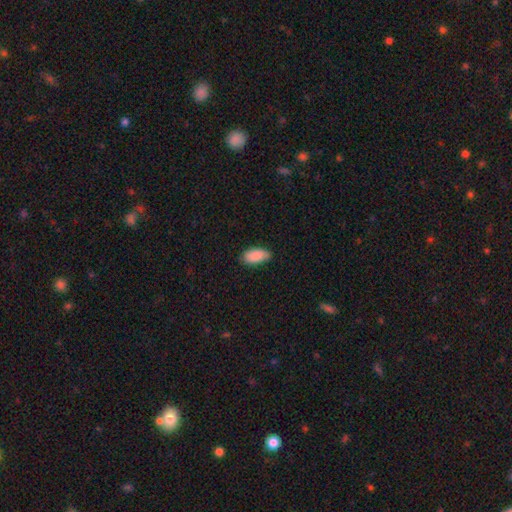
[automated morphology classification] A smooth galaxy with no disk features (90%) that is in between round and cigar-shaped (92%). Merging: none (82%).